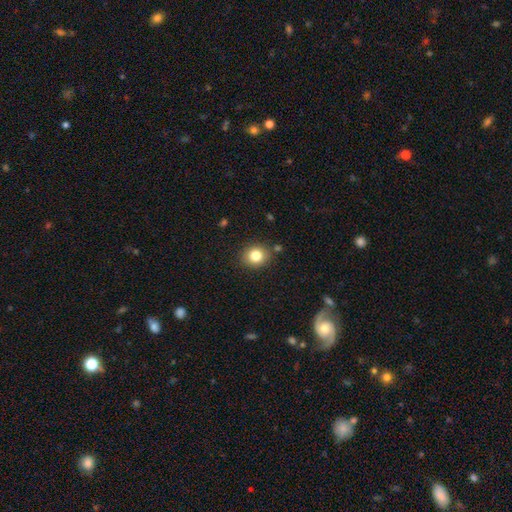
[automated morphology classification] Smooth or featured?
  - smooth: 81% *
  - star or artifact: 11%
  - featured or disk: 8%
How rounded?
  - round: 75% *
  - in between: 24%
  - cigar-shaped: 1%
Merging?
  - none: 85% *
  - minor disturbance: 10%
  - merger: 3%
  - major disturbance: 3%